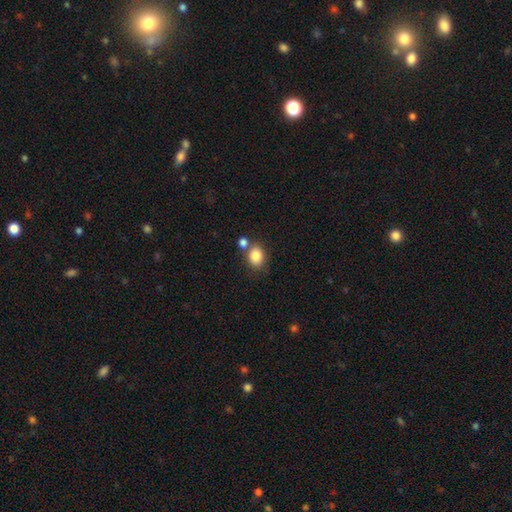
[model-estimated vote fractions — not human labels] This appears to be a smooth galaxy with no disk features (84%) that is in between round and cigar-shaped (50%). Merging: none (60%).